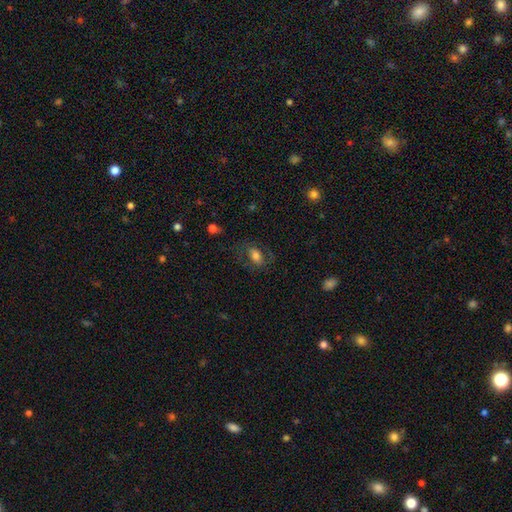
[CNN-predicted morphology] smooth-or-featured: smooth: 64% | featured or disk: 27% | star or artifact: 9%
  how-rounded: in between: 83% | round: 15% | cigar-shaped: 2%
  merging: none: 63% | minor disturbance: 18% | major disturbance: 17% | merger: 2%